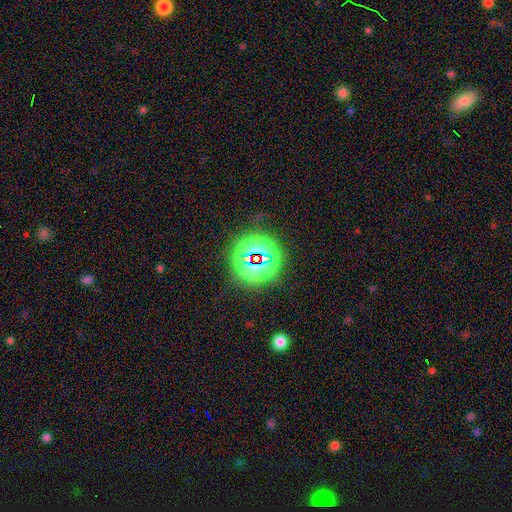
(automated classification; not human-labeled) Morphology: type=star or artifact (74%).